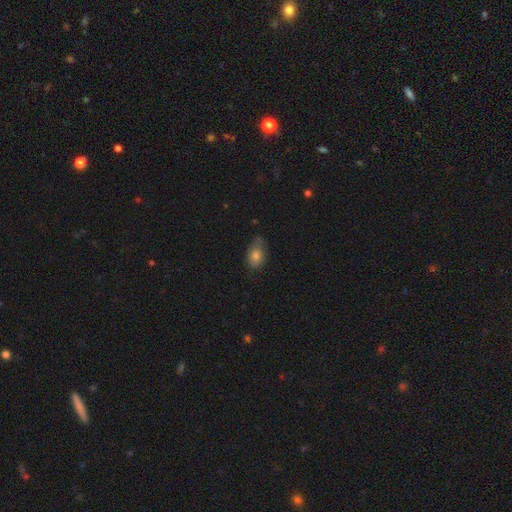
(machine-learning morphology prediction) Smooth or featured? smooth (78%)
How rounded? in between (84%)
Merging? none (54%)